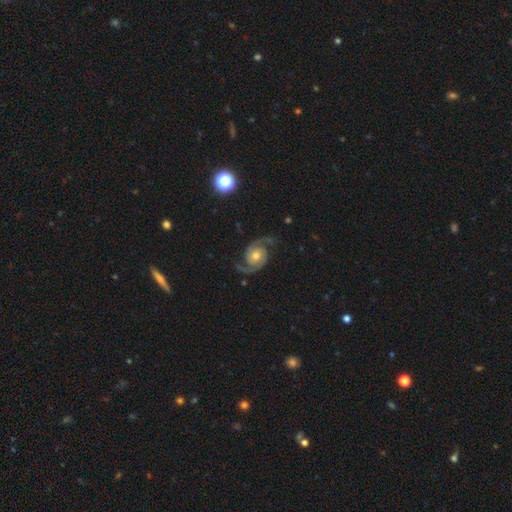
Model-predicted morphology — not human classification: Q: Smooth or featured?
A: featured or disk (91%); runner-up: star or artifact (5%)
Q: Edge-on disk?
A: no (98%); runner-up: yes (2%)
Q: Bar?
A: no (74%); runner-up: weak (20%)
Q: Spiral arms?
A: yes (98%); runner-up: no (2%)
Q: Spiral winding?
A: medium (55%); runner-up: loose (23%)
Q: Spiral arm count?
A: 2 (94%); runner-up: can't tell (1%)
Q: Bulge size?
A: moderate (64%); runner-up: small (27%)
Q: Merging?
A: none (80%); runner-up: minor disturbance (13%)